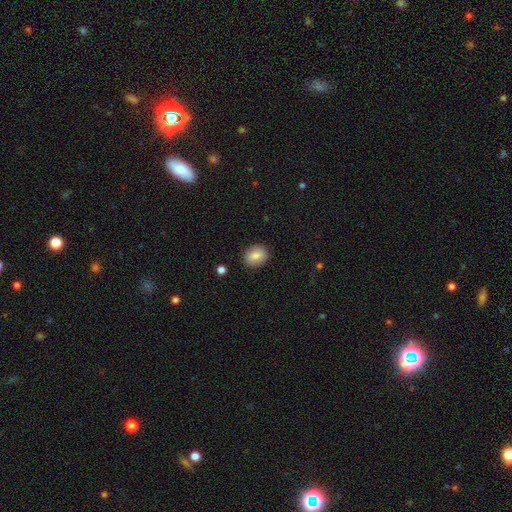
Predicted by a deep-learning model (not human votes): Smooth or featured: smooth — 83% (featured or disk — 9%)
How rounded: round — 61% (in between — 38%)
Merging: none — 87% (minor disturbance — 9%)